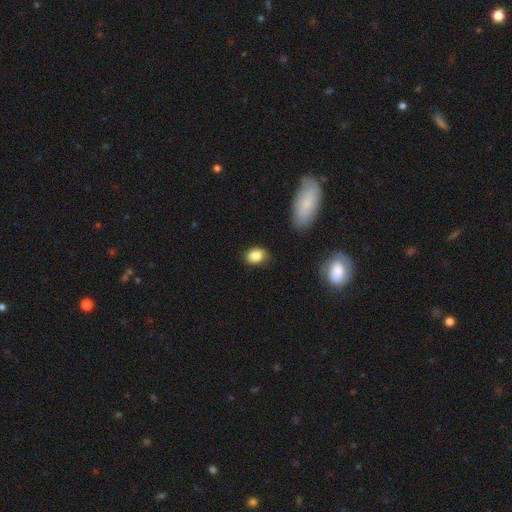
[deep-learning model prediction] Smooth or featured: smooth — 85% (star or artifact — 9%)
How rounded: in between — 68% (round — 30%)
Merging: none — 72% (minor disturbance — 22%)